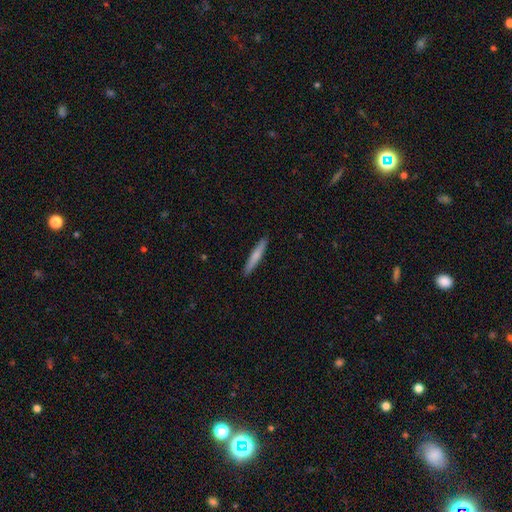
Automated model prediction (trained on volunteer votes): A smooth galaxy with no disk features (67%) that is cigar-shaped (95%).

Vote fractions:
- Smooth or featured? smooth: 67% / featured or disk: 28% / star or artifact: 5%
- How rounded? cigar-shaped: 95% / in between: 4% / round: 1%
- Merging? none: 92% / minor disturbance: 6% / major disturbance: 1% / merger: 1%